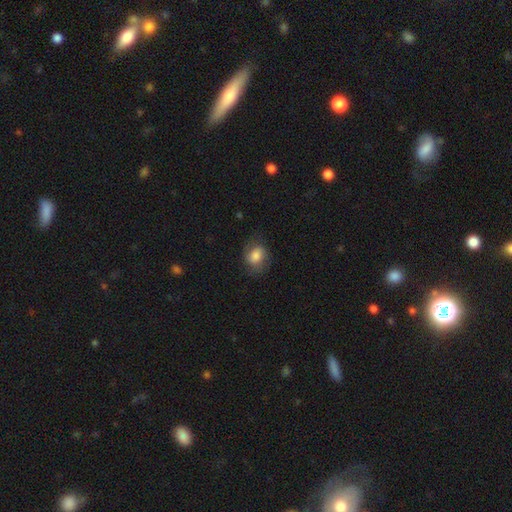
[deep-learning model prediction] smooth-or-featured: smooth: 69% | featured or disk: 23% | star or artifact: 8%
  how-rounded: round: 51% | in between: 48% | cigar-shaped: 1%
  merging: none: 68% | minor disturbance: 21% | major disturbance: 10% | merger: 1%